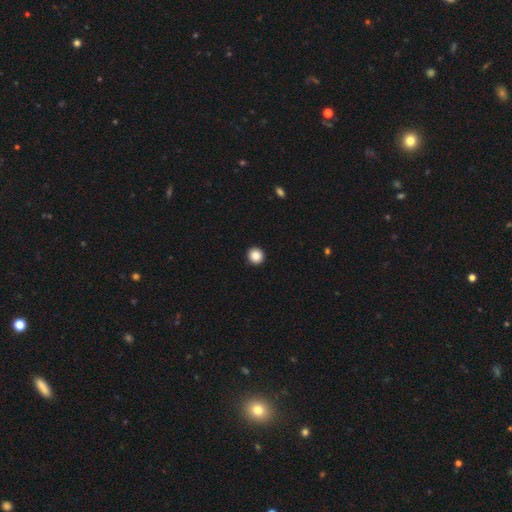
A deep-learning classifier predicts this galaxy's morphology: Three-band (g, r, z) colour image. It shows a smooth galaxy with no disk features (88%) that is round (93%). Merging: none (93%).